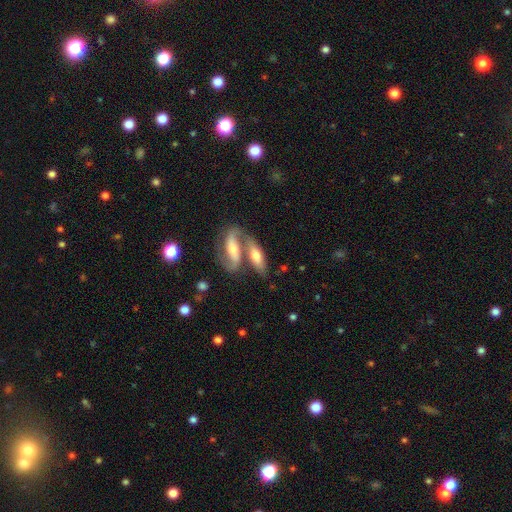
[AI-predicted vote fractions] A featured or disk galaxy (52%).

Vote fractions:
- Smooth or featured? featured or disk: 52% / smooth: 42% / star or artifact: 6%
- Edge-on disk? no: 72% / yes: 28%
- Merging? merger: 52% / none: 34% / minor disturbance: 10% / major disturbance: 5%